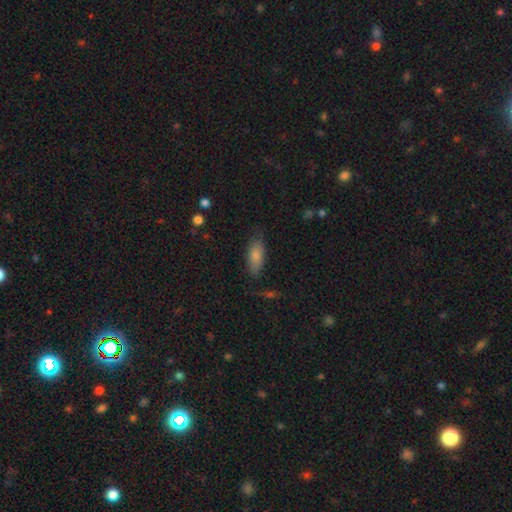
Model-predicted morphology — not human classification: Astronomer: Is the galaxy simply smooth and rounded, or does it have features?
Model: smooth — 82%.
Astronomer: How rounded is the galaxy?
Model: in between — 82%.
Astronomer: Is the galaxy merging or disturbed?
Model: none — 75%.